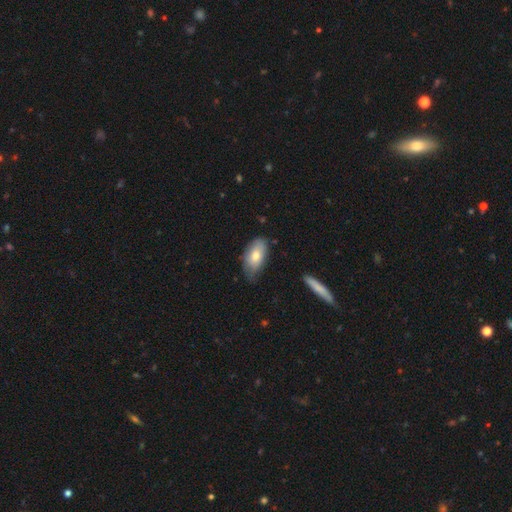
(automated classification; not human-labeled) Smooth or featured? Predicted: smooth (p=0.74). How rounded? Predicted: in between (p=0.93). Merging? Predicted: none (p=0.60).